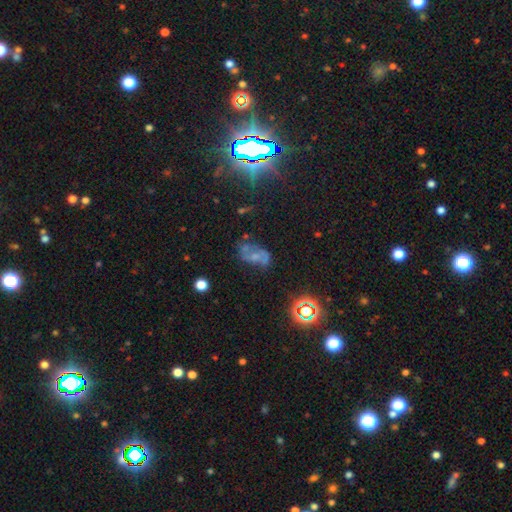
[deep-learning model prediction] This appears to be a featured or disk galaxy (48%). Merging: none (49%).